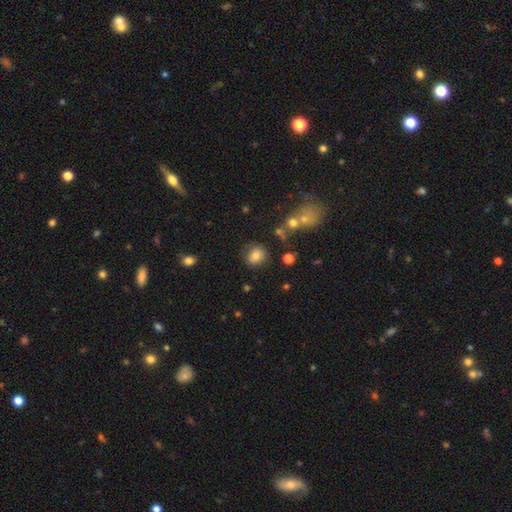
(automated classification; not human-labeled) smooth_or_featured: smooth (p=0.78) [alt: featured or disk p=0.11]
how_rounded: round (p=0.68) [alt: in between p=0.31]
merging: none (p=0.73) [alt: minor disturbance p=0.17]